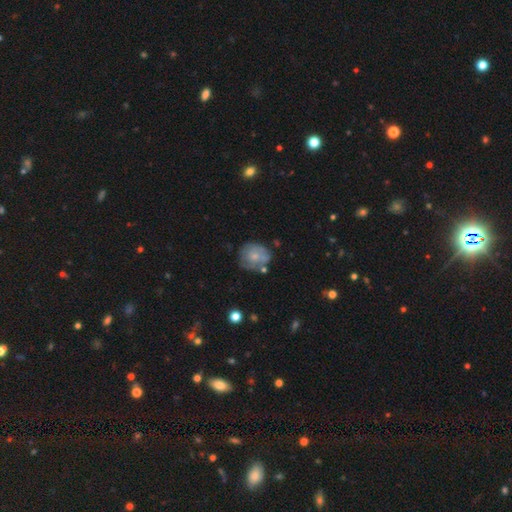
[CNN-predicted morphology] smooth-or-featured: smooth: 56% | featured or disk: 37% | star or artifact: 8%
  how-rounded: round: 76% | in between: 23% | cigar-shaped: 1%
  merging: none: 57% | minor disturbance: 25% | merger: 9% | major disturbance: 9%